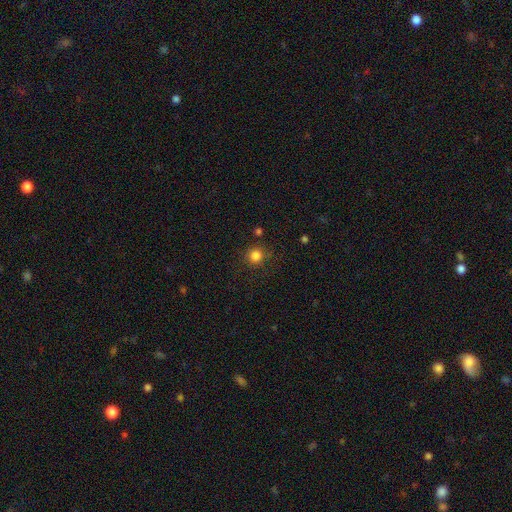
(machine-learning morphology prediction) Smooth or featured: smooth — 83% (star or artifact — 13%)
How rounded: round — 93% (in between — 6%)
Merging: none — 85% (minor disturbance — 9%)